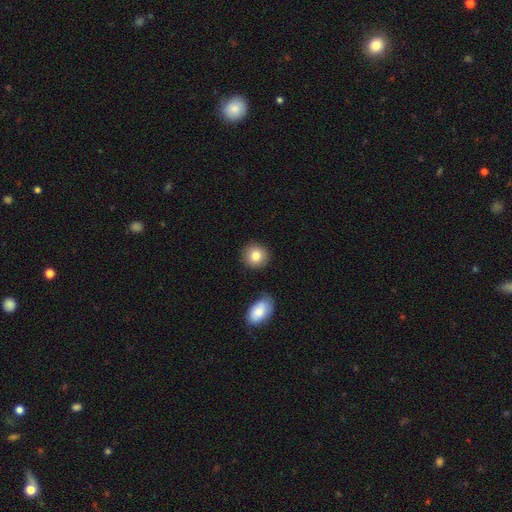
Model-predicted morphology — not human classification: Smooth or featured: smooth — 83% (featured or disk — 9%)
How rounded: round — 87% (in between — 12%)
Merging: none — 85% (minor disturbance — 8%)